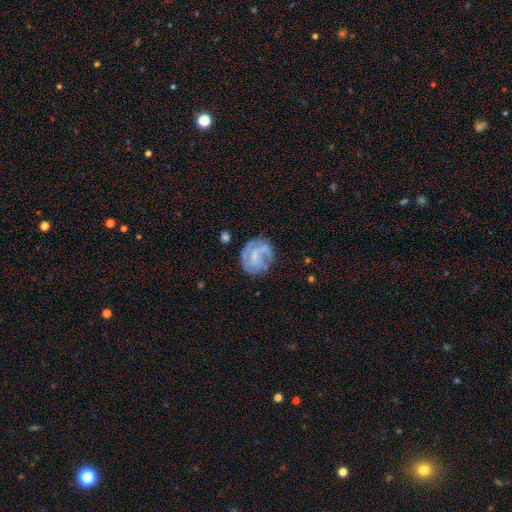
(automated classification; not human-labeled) featured or disk 70%, smooth 22%, star or artifact 8%. Down the decision tree: edge-on disk — no (98%); bar — no (53%); spiral arms — yes (76%); spiral arm count — can't tell (36%); spiral winding — tight (43%); bulge size — small (46%); merging — none (63%).